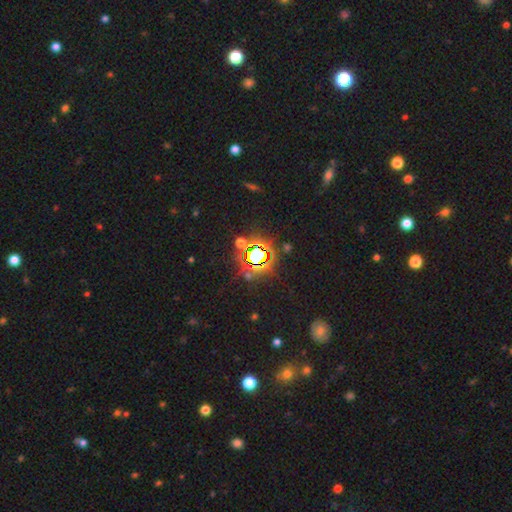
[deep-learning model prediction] This is likely a star or artifact rather than a galaxy (75%).